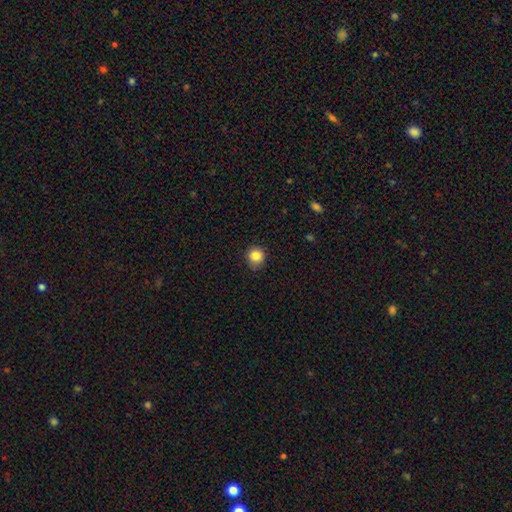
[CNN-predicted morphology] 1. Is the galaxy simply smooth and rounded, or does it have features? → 85% smooth, 10% star or artifact, 5% featured or disk.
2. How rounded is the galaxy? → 86% round, 13% in between, 1% cigar-shaped.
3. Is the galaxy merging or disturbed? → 82% none, 15% minor disturbance, 2% major disturbance, 1% merger.